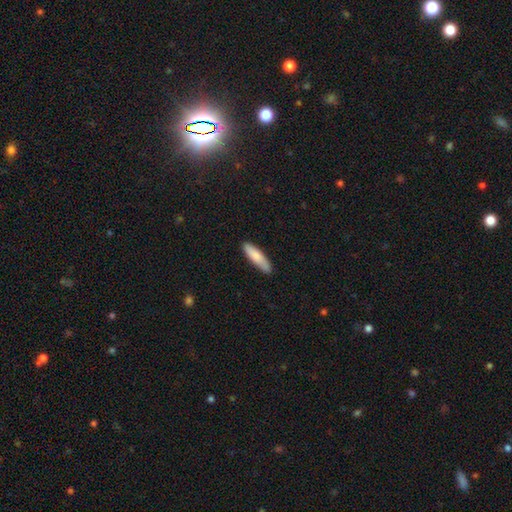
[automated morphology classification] type=smooth (81%); roundness=cigar-shaped (70%); merging=none (86%).